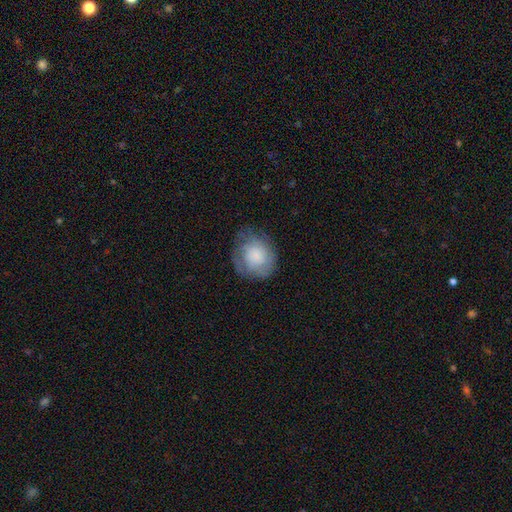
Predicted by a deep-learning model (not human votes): smooth-or-featured: smooth: 63% | featured or disk: 29% | star or artifact: 8%
  how-rounded: round: 74% | in between: 25% | cigar-shaped: 1%
  merging: none: 64% | minor disturbance: 23% | major disturbance: 11% | merger: 1%